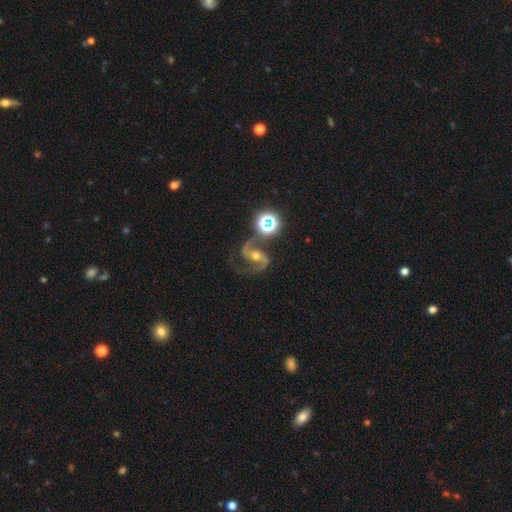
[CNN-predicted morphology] Smooth or featured? featured or disk (86%)
Edge-on disk? no (98%)
Bar? no (36%)
Spiral arms? yes (97%)
Spiral winding? medium (55%)
Spiral arm count? 2 (93%)
Bulge size? moderate (64%)
Merging? none (67%)